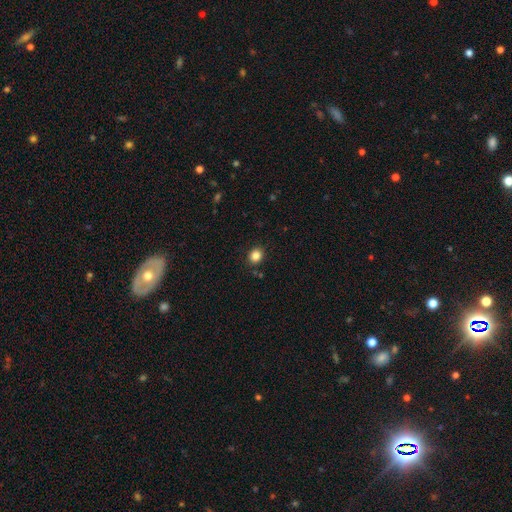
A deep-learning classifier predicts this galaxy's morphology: A smooth galaxy with no disk features (85%) that is round (72%). Merging: none (89%).